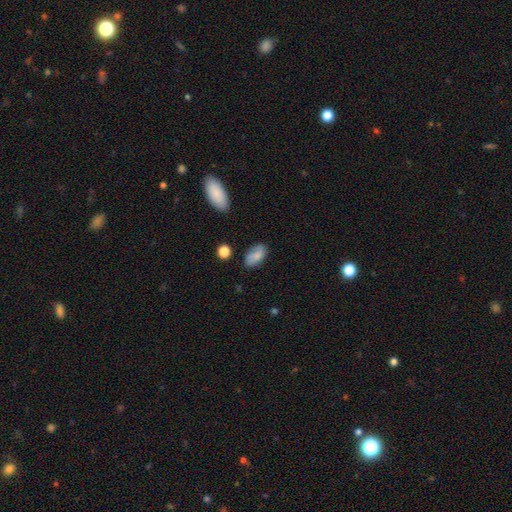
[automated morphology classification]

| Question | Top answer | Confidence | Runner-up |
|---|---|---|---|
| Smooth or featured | smooth | 77% | featured or disk (15%) |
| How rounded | in between | 92% | round (5%) |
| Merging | none | 68% | minor disturbance (23%) |